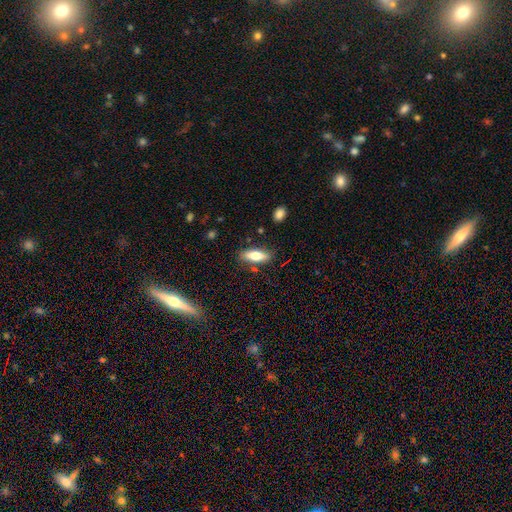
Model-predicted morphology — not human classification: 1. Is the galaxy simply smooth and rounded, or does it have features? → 71% smooth, 23% featured or disk, 7% star or artifact.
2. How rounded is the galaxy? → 61% in between, 37% cigar-shaped, 2% round.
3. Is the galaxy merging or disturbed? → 82% none, 12% minor disturbance, 3% merger, 3% major disturbance.